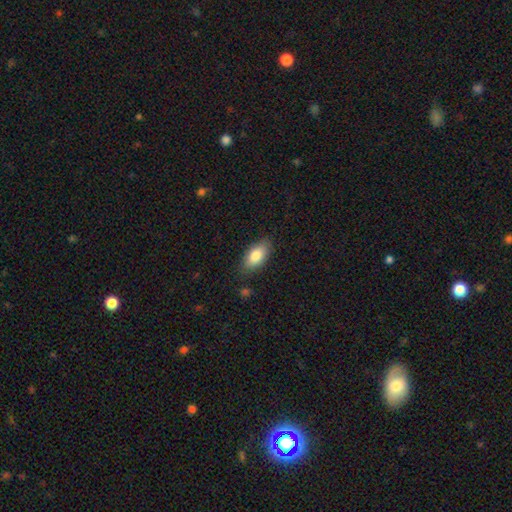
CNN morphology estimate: Smooth or featured? smooth (82%)
How rounded? in between (90%)
Merging? none (82%)